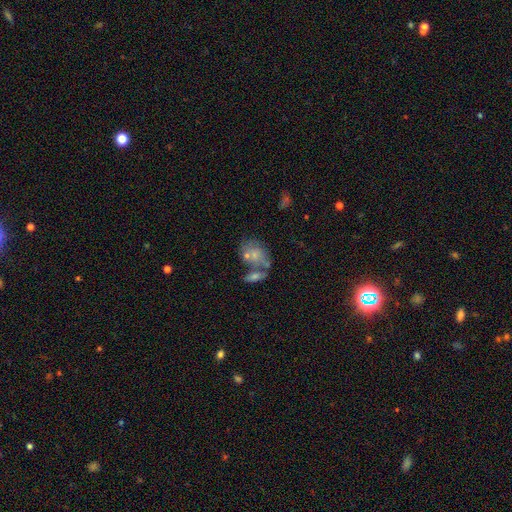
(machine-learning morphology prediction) The model was most divided on "merging" (2-way tie): merger: 37%, none: 37%, minor disturbance: 16%, major disturbance: 10%. Remaining: smooth or featured — smooth (49%).